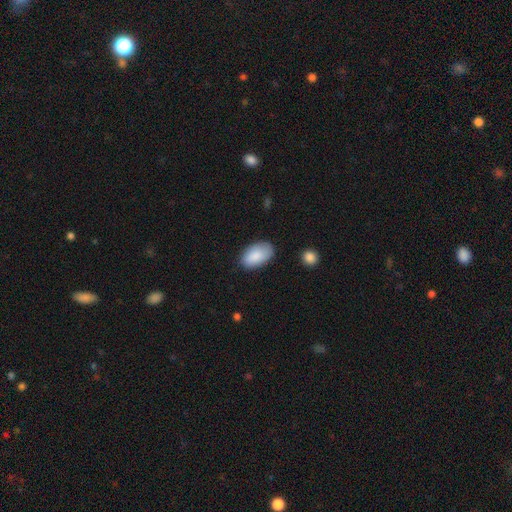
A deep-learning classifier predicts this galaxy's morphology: This appears to be a smooth galaxy with no disk features (87%) that is in between round and cigar-shaped (94%). Merging: none (76%).